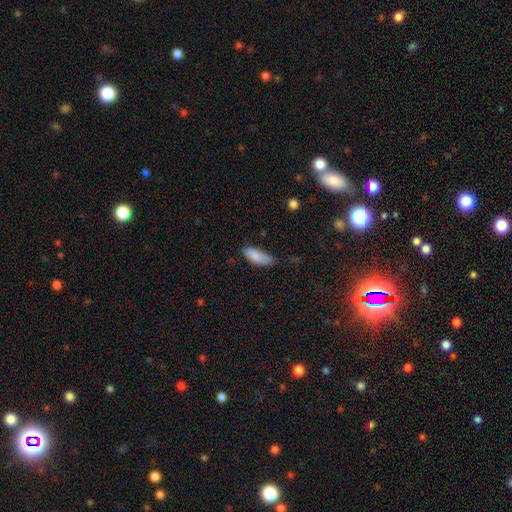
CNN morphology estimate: This is clearly a smooth galaxy (86%). How rounded: likely in between (79%). Merging: possibly none (52%).